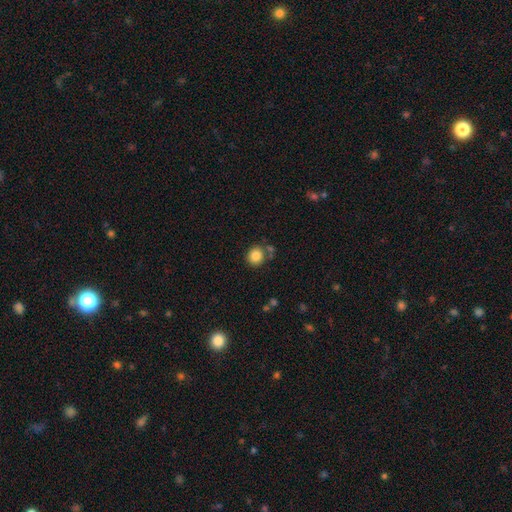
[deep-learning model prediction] Smooth or featured?
  - smooth: 84% *
  - star or artifact: 10%
  - featured or disk: 6%
How rounded?
  - round: 87% *
  - in between: 12%
  - cigar-shaped: 1%
Merging?
  - none: 74% *
  - minor disturbance: 11%
  - merger: 11%
  - major disturbance: 4%